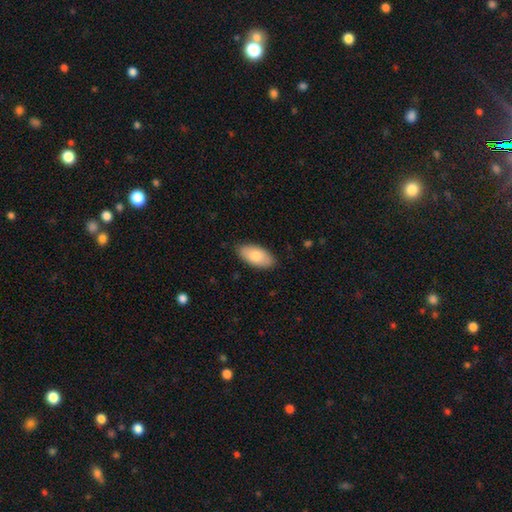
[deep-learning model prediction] Smooth or featured? smooth (82%)
How rounded? in between (94%)
Merging? none (86%)